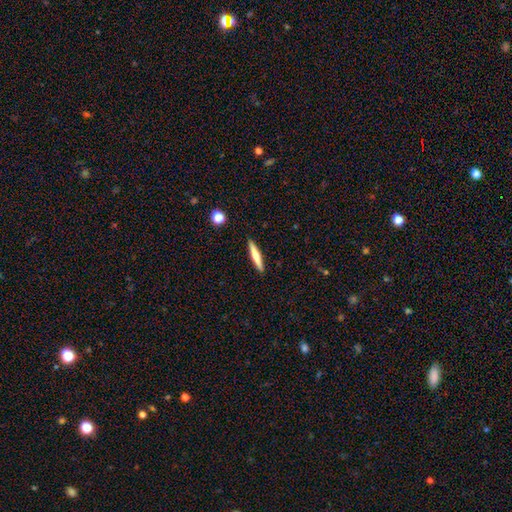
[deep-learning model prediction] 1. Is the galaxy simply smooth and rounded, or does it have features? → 64% smooth, 30% featured or disk, 6% star or artifact.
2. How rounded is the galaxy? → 93% cigar-shaped, 6% in between, 1% round.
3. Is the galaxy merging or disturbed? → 91% none, 6% minor disturbance, 1% major disturbance, 1% merger.